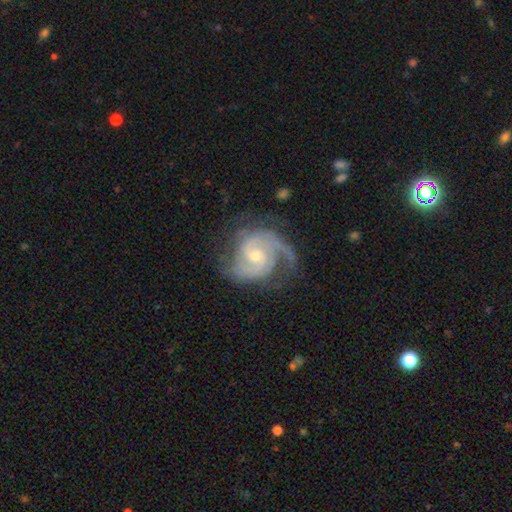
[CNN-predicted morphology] Smooth or featured: featured or disk — 90% (smooth — 5%)
Edge-on disk: no — 98% (yes — 2%)
Bar: no — 52% (weak — 40%)
Spiral arms: yes — 98% (no — 2%)
Spiral winding: medium — 46% (tight — 40%)
Spiral arm count: 2 — 62% (3 — 16%)
Bulge size: small — 50% (moderate — 47%)
Merging: none — 65% (minor disturbance — 21%)